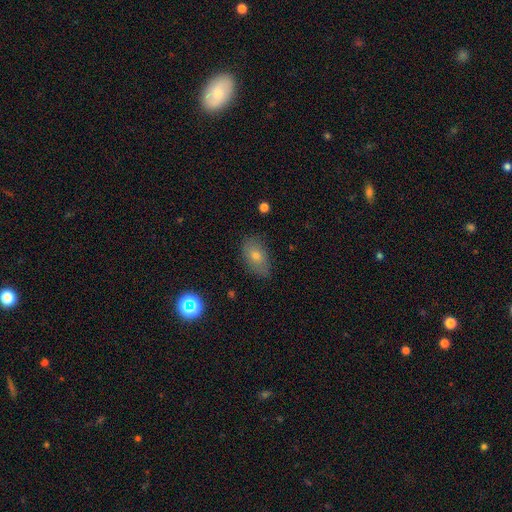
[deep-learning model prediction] smooth-or-featured: smooth: 64% | featured or disk: 20% | star or artifact: 15%
  how-rounded: in between: 85% | round: 12% | cigar-shaped: 3%
  merging: none: 77% | minor disturbance: 17% | major disturbance: 4% | merger: 1%